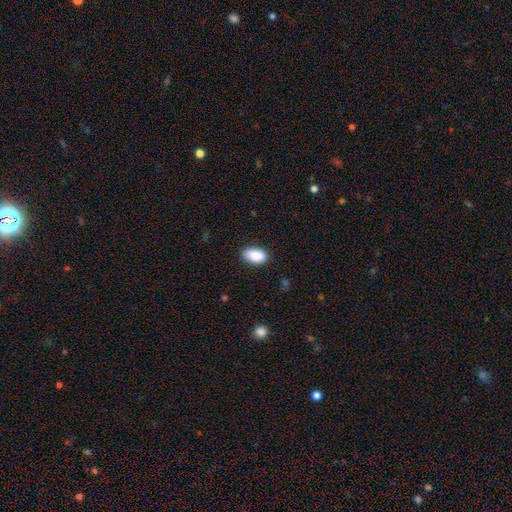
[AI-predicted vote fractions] Morphology: type=smooth (90%); roundness=in between (93%); merging=none (85%).